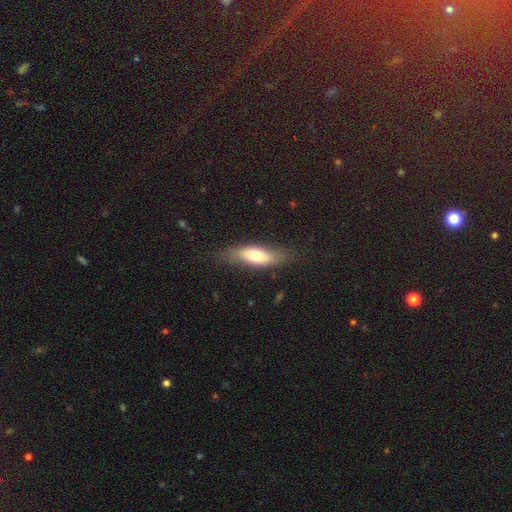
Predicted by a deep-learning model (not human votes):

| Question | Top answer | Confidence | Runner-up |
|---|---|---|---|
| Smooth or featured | smooth | 64% | featured or disk (30%) |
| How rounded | in between | 62% | cigar-shaped (35%) |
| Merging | none | 75% | minor disturbance (18%) |